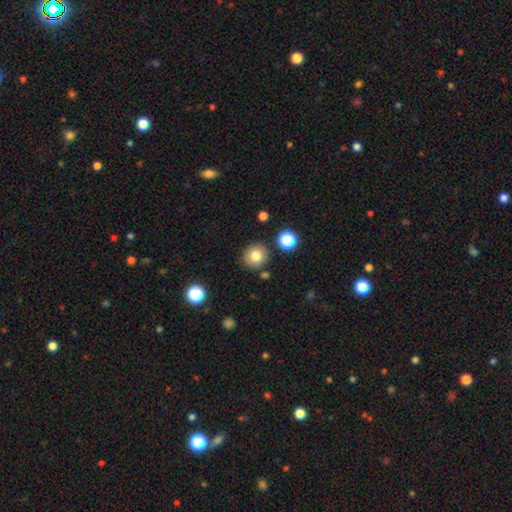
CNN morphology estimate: The model was most divided on "smooth or featured": smooth: 80%, star or artifact: 11%, featured or disk: 9%. More confident: how rounded — round (90%); merging — none (86%).